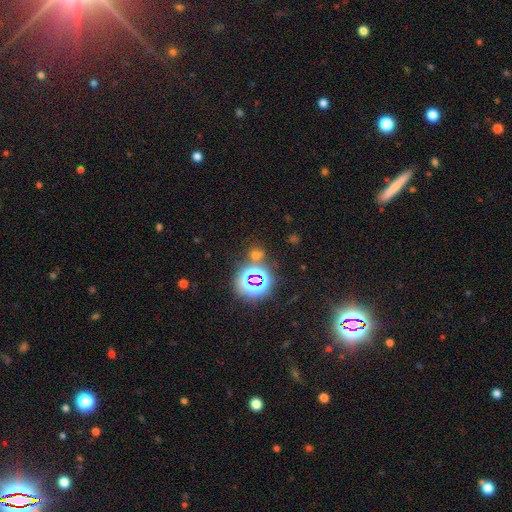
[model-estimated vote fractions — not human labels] Overall: star or artifact (51%; smooth 42%).